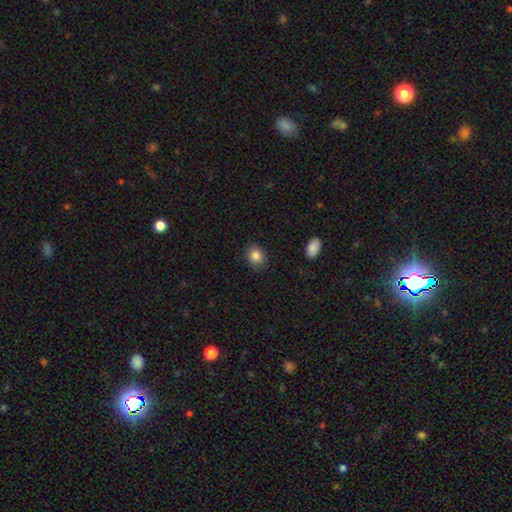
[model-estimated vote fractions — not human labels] A smooth galaxy with no disk features (85%) that is round (62%).

Vote fractions:
- Smooth or featured? smooth: 85% / star or artifact: 10% / featured or disk: 6%
- How rounded? round: 62% / in between: 38% / cigar-shaped: 1%
- Merging? none: 88% / minor disturbance: 9% / major disturbance: 2% / merger: 1%